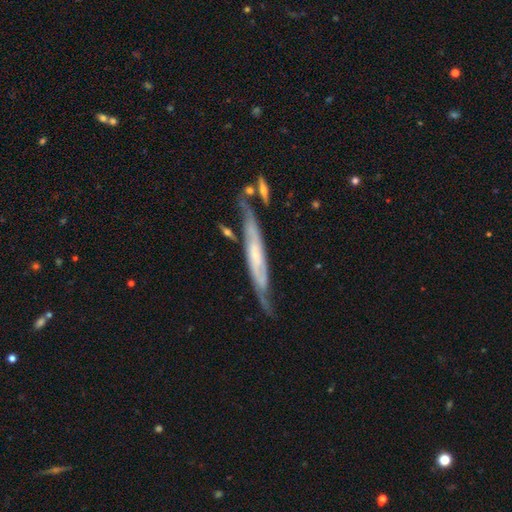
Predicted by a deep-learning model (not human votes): Smooth or featured? Predicted: featured or disk (p=0.72). Edge-on disk? Predicted: yes (p=0.61). Merging? Predicted: none (p=0.60).